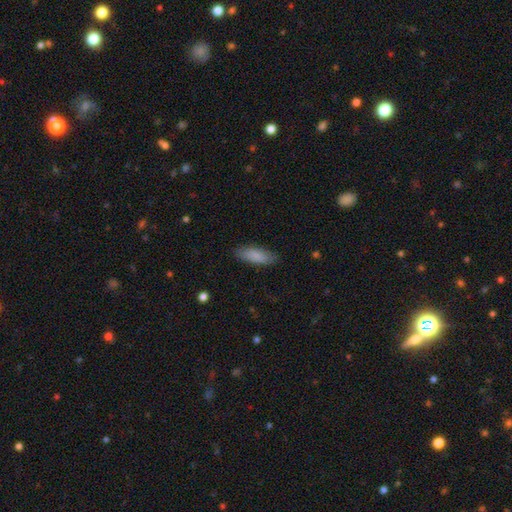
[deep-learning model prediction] The model was most divided on "how rounded": in between: 57%, cigar-shaped: 41%, round: 2%. More confident: smooth or featured — smooth (87%); merging — none (86%).